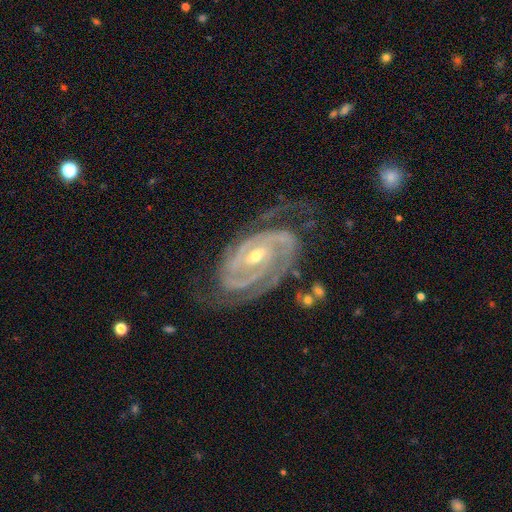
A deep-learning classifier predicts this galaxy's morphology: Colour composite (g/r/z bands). It shows a featured or disk galaxy (93%) with a weak bar (35%), 2 (74%) tight (72%) spiral arms (99%) and a small central bulge (50%). Merging: none (68%).